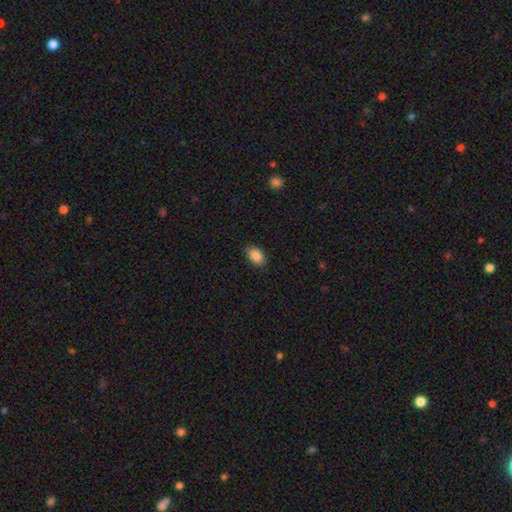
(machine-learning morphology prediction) This appears to be a smooth galaxy with no disk features (88%) that is in between round and cigar-shaped (88%). Merging: none (86%).